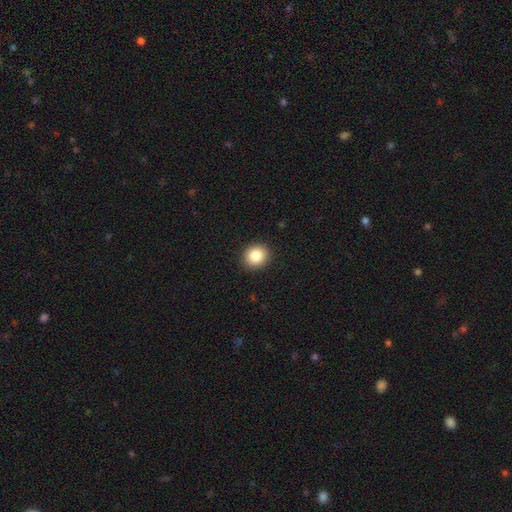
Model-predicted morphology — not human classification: Smooth or featured?
  - smooth: 85% *
  - star or artifact: 9%
  - featured or disk: 6%
How rounded?
  - round: 71% *
  - in between: 28%
  - cigar-shaped: 1%
Merging?
  - none: 91% *
  - minor disturbance: 7%
  - major disturbance: 2%
  - merger: 1%